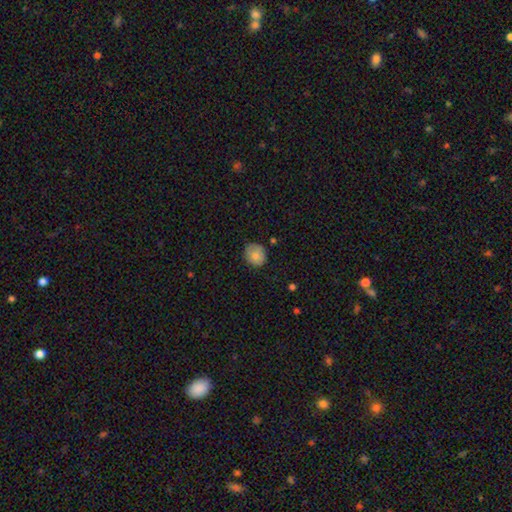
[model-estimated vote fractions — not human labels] A smooth galaxy with no disk features (78%) that is round (74%). Merging: none (73%).